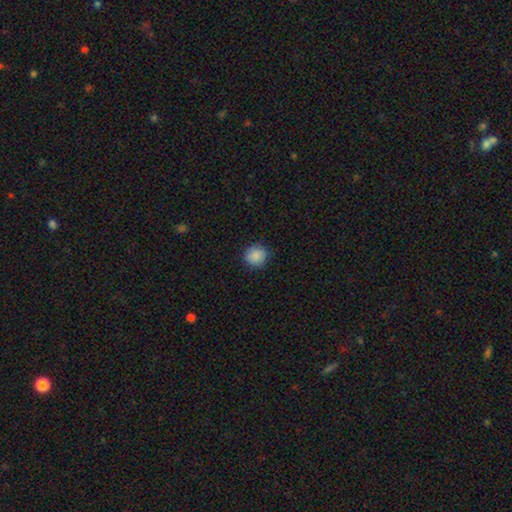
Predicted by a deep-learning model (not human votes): Smooth or featured? smooth (88%)
How rounded? round (89%)
Merging? none (86%)